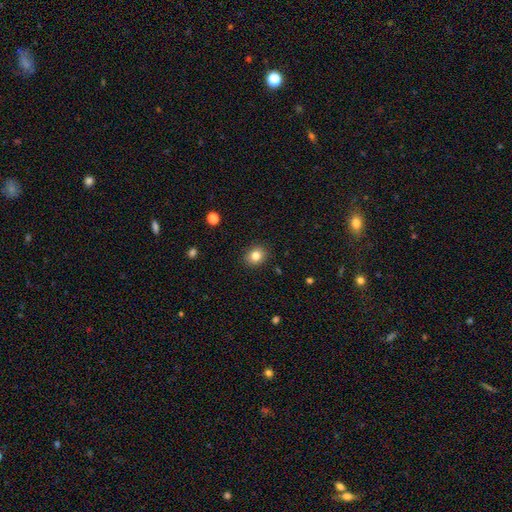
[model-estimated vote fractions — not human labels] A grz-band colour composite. It shows a smooth galaxy with no disk features (82%) that is round (63%). Merging: none (89%).